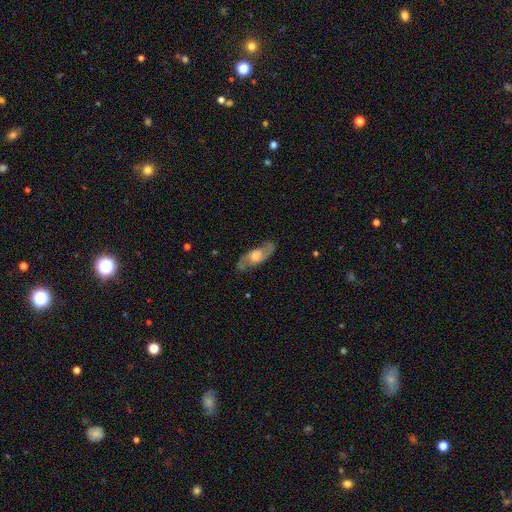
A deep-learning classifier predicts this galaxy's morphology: Smooth or featured? featured or disk (71%)
Edge-on disk? no (82%)
Bar? no (63%)
Spiral arms? yes (86%)
Bulge size? moderate (51%)
Merging? none (79%)